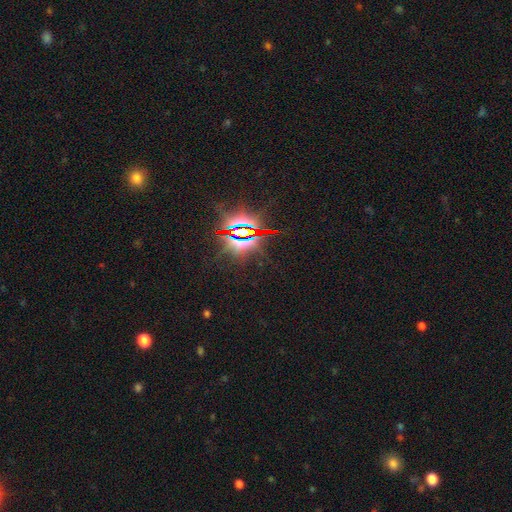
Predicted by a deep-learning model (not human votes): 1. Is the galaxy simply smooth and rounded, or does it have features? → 86% star or artifact, 8% smooth, 7% featured or disk.